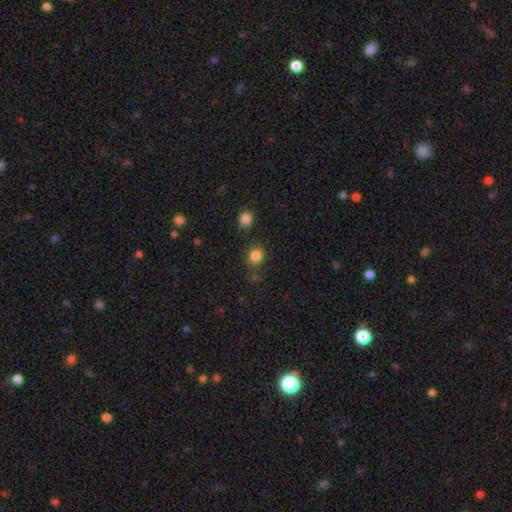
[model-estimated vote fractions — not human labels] Smooth or featured? smooth (84%)
How rounded? round (76%)
Merging? none (78%)